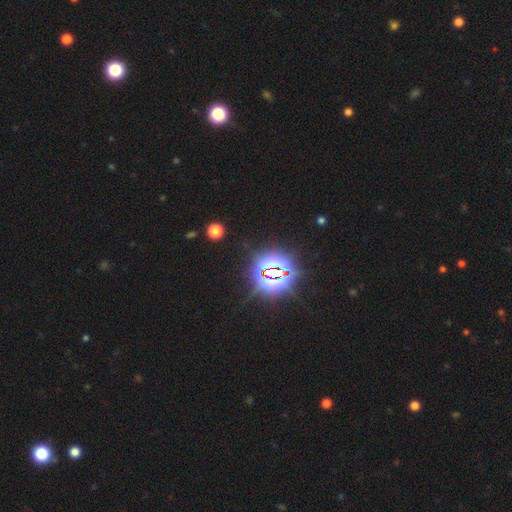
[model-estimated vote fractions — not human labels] Smooth or featured? star or artifact (84%)